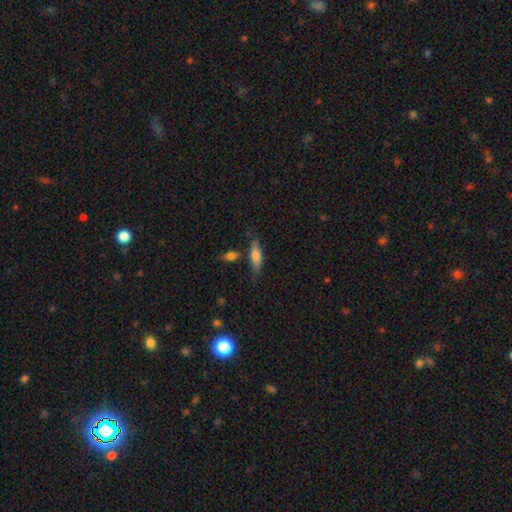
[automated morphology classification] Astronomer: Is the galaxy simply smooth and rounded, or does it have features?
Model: smooth — 68%.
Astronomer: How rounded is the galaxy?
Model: in between — 50% (runner-up: cigar-shaped, 47%).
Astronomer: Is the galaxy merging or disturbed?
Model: none — 65%.